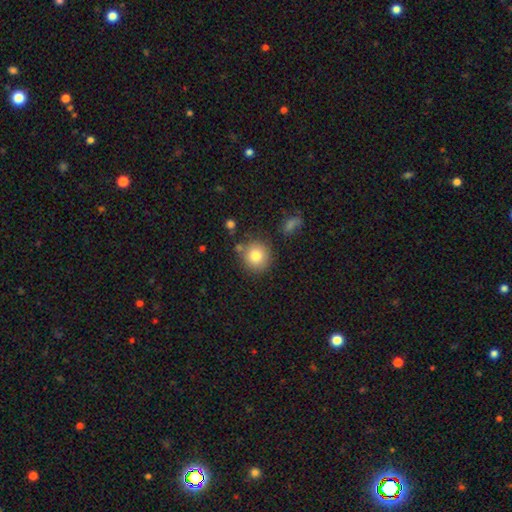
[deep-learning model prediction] Overall: smooth (81%). How rounded: round (91%). Merging: none (80%).